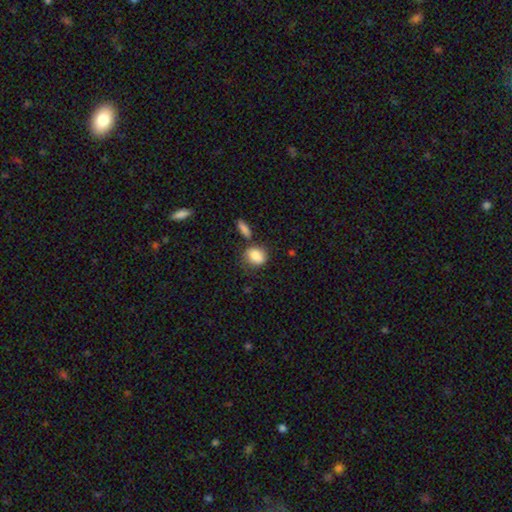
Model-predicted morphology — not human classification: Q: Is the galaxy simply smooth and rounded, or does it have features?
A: smooth — 85%.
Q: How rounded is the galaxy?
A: in between — 57%.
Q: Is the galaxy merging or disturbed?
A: none — 55%.